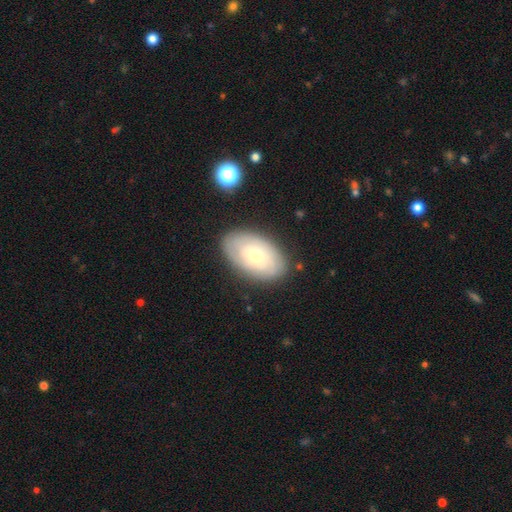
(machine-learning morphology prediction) type=featured or disk (47%); merging=none (82%).